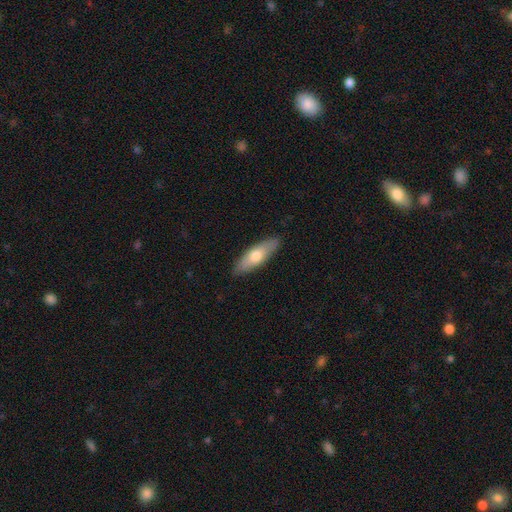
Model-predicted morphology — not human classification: Smooth or featured? smooth (65%)
How rounded? in between (51%)
Merging? none (87%)